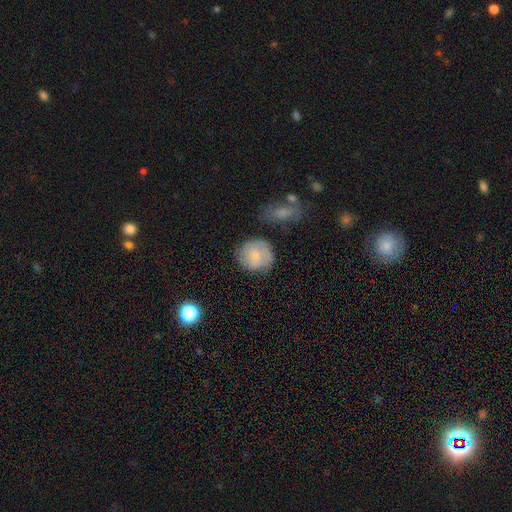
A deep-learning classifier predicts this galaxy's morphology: Overall: smooth (69%). How rounded: round (88%). Merging: none (69%).